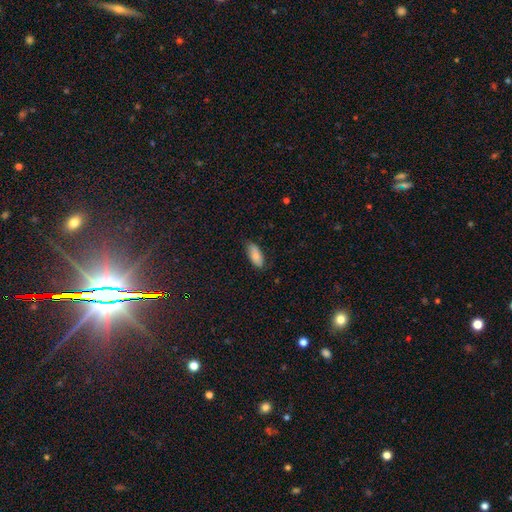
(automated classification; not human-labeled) A smooth galaxy with no disk features (81%) that is in between round and cigar-shaped (86%).

Vote fractions:
- Smooth or featured? smooth: 81% / featured or disk: 12% / star or artifact: 7%
- How rounded? in between: 86% / cigar-shaped: 12% / round: 2%
- Merging? none: 73% / minor disturbance: 22% / major disturbance: 3% / merger: 1%